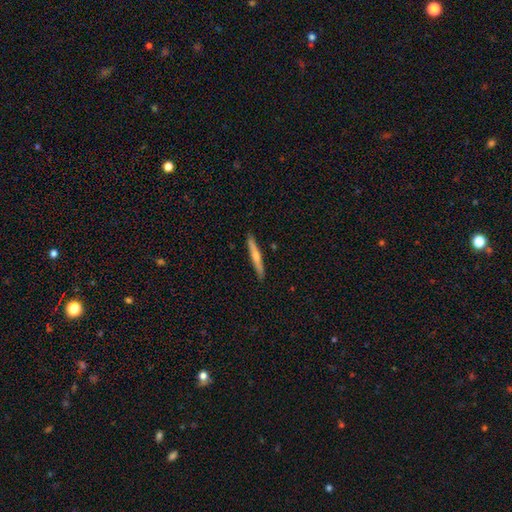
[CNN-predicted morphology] Smooth or featured: smooth — 48% (featured or disk — 46%)
Merging: none — 90% (minor disturbance — 7%)